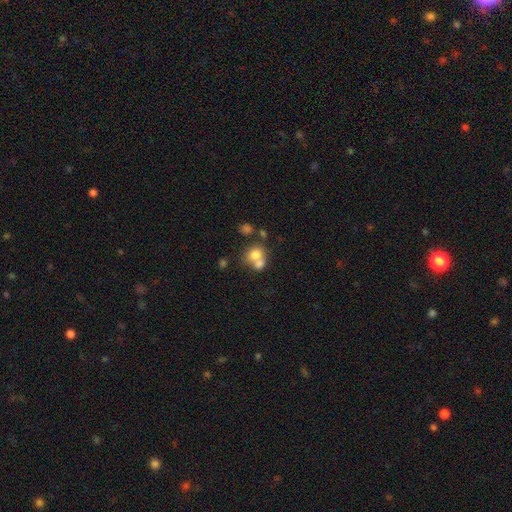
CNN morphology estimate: smooth-or-featured: smooth: 72% | featured or disk: 17% | star or artifact: 11%
  how-rounded: round: 68% | in between: 31% | cigar-shaped: 1%
  merging: merger: 56% | none: 32% | minor disturbance: 8% | major disturbance: 4%